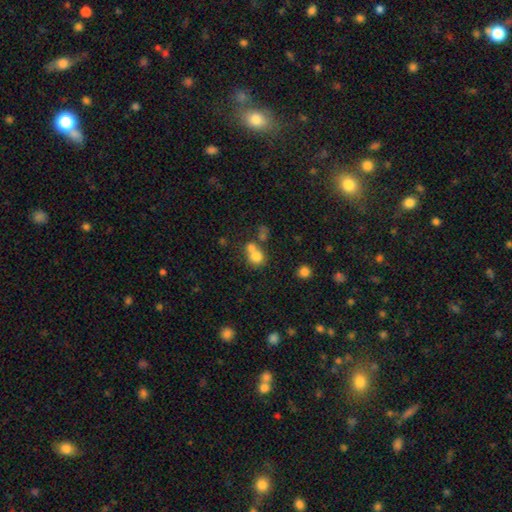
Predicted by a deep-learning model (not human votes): This appears to be a smooth galaxy with no disk features (75%) that is round (81%). Merging: merger (50%).